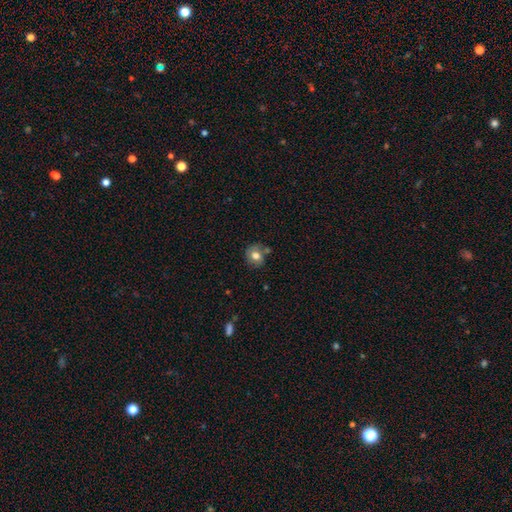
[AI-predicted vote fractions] This appears to be a smooth galaxy with no disk features (72%) that is round (71%). Merging: none (62%).